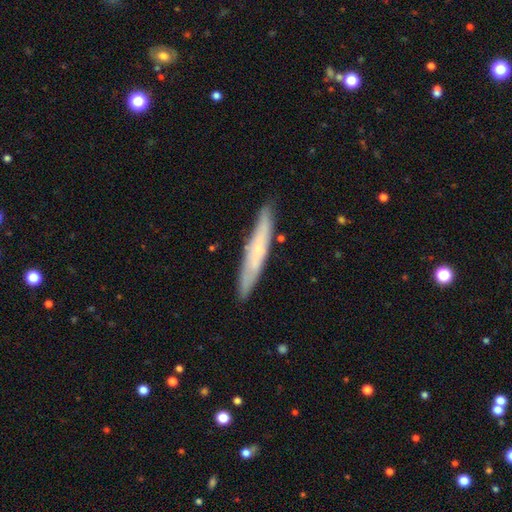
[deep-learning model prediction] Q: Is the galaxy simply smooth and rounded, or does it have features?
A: smooth — 47%.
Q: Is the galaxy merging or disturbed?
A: none — 88%.